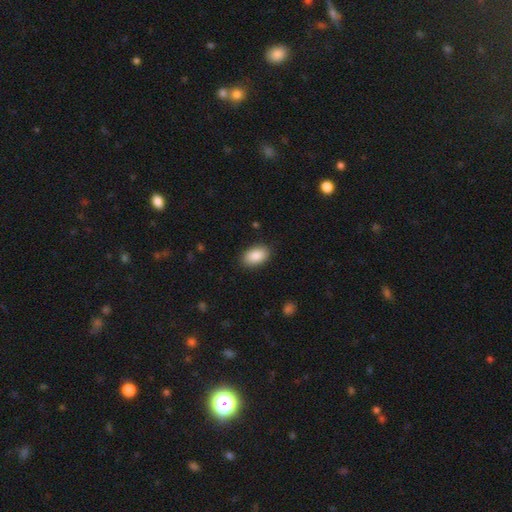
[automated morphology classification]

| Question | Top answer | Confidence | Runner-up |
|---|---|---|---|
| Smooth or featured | smooth | 89% | star or artifact (6%) |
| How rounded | in between | 93% | round (6%) |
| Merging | none | 88% | minor disturbance (9%) |